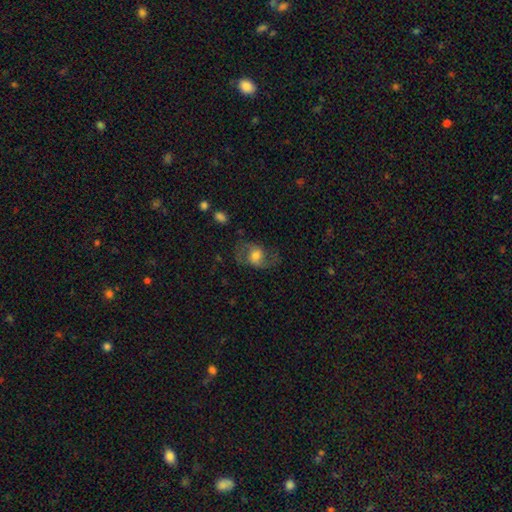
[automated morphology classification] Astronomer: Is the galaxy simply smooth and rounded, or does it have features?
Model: featured or disk — 48% (runner-up: smooth, 44%).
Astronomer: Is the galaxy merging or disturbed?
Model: none — 61%.